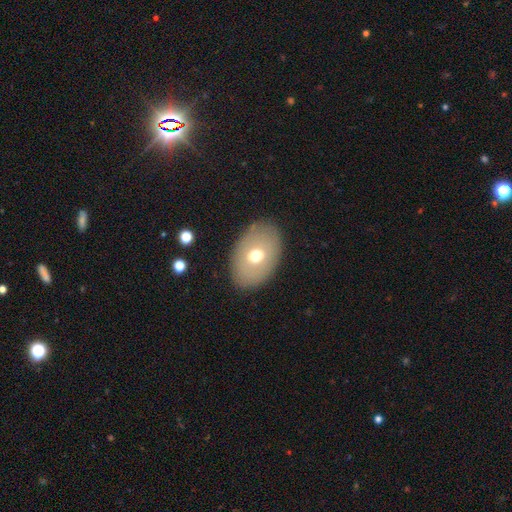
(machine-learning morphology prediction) Overall: smooth (64%; featured or disk 28%). How rounded: in between (83%). Merging: none (87%).